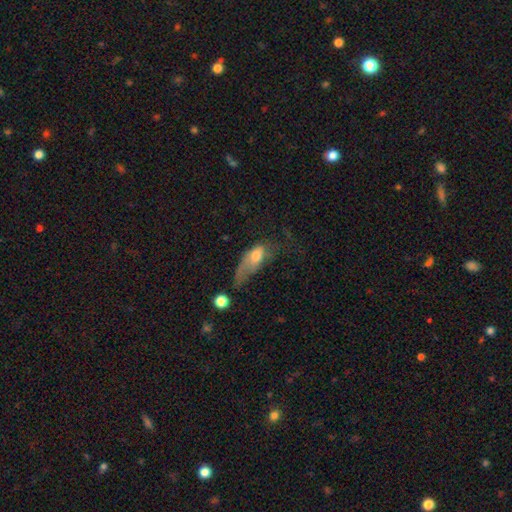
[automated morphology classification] This appears to be a smooth galaxy with no disk features (59%) that is in between round and cigar-shaped (74%). Merging: major disturbance (55%).